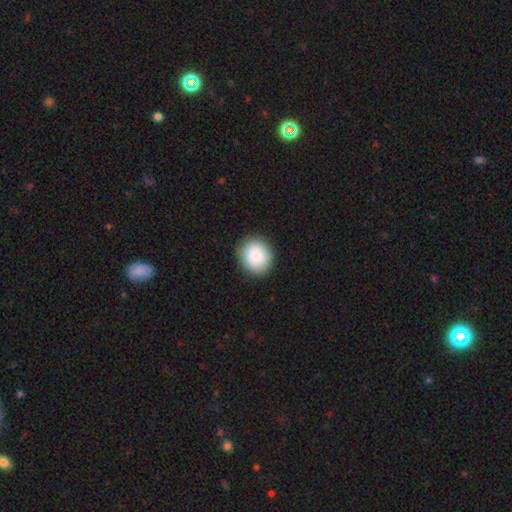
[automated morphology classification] A smooth galaxy with no disk features (86%) that is round (81%).

Vote fractions:
- Smooth or featured? smooth: 86% / star or artifact: 7% / featured or disk: 6%
- How rounded? round: 81% / in between: 18% / cigar-shaped: 1%
- Merging? none: 88% / minor disturbance: 9% / major disturbance: 2% / merger: 1%